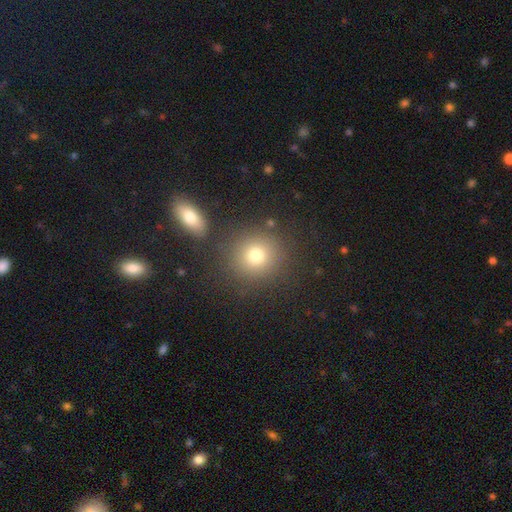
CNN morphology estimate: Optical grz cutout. It shows a smooth galaxy with no disk features (76%) that is round (88%). Merging: none (81%).